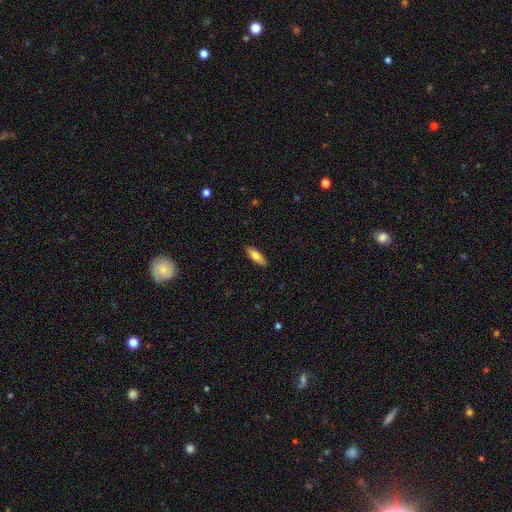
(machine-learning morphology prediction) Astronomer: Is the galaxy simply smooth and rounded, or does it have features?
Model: smooth — 73%.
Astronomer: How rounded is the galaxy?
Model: in between — 60% (runner-up: cigar-shaped, 37%).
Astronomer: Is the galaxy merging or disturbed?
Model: none — 88%.